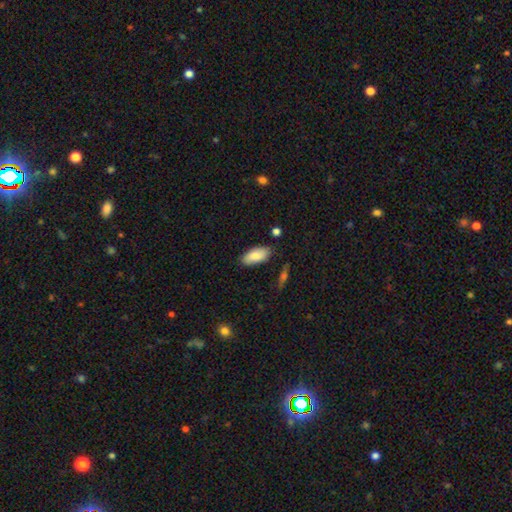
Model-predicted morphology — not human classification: The model was most divided on "merging": none: 82%, minor disturbance: 13%, merger: 2%, major disturbance: 2%. More confident: how rounded — in between (90%); smooth or featured — smooth (82%).